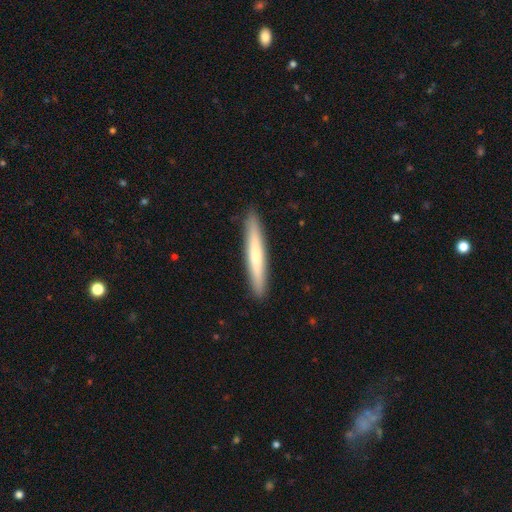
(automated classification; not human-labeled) This appears to be a smooth galaxy with no disk features (63%) that is cigar-shaped (96%). Merging: none (91%).